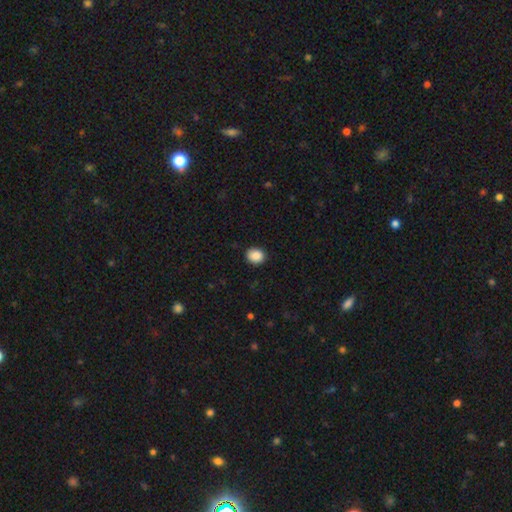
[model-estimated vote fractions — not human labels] The model was most divided on "how rounded": round: 65%, in between: 34%, cigar-shaped: 1%. More confident: smooth or featured — smooth (89%); merging — none (88%).